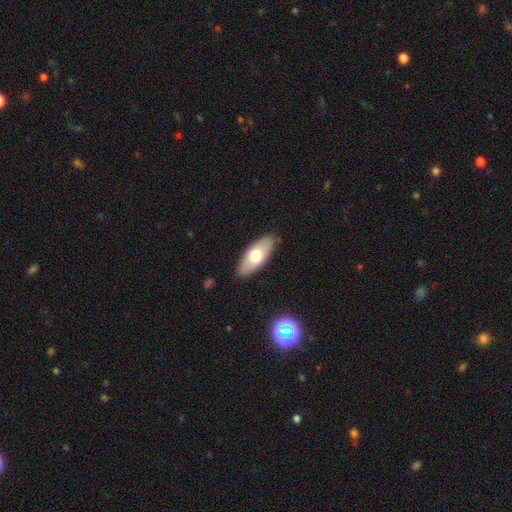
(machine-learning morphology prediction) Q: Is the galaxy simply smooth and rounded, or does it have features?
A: smooth — 66%.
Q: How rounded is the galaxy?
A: in between — 82%.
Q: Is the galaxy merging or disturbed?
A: none — 87%.